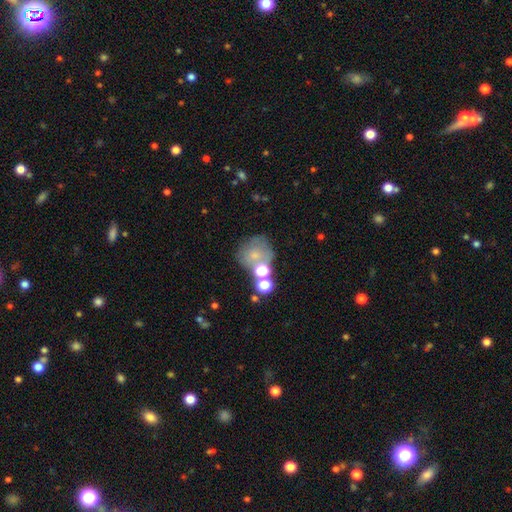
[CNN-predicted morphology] type=smooth (61%); roundness=round (76%); merging=none (42%).